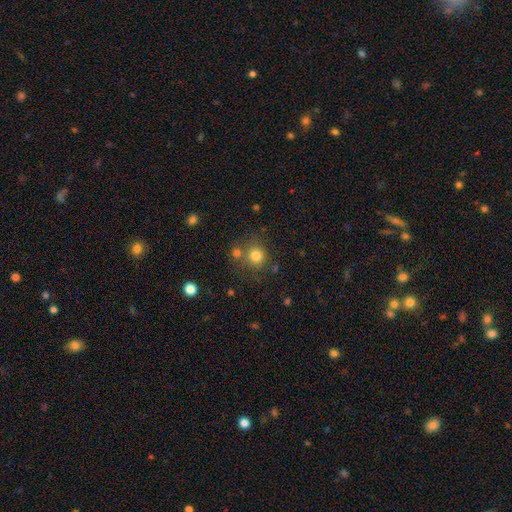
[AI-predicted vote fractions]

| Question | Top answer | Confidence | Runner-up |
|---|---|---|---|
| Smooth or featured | smooth | 79% | star or artifact (14%) |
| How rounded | round | 89% | in between (10%) |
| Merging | none | 70% | merger (16%) |